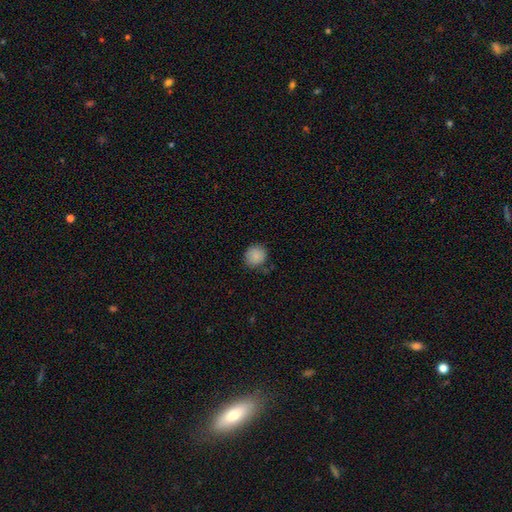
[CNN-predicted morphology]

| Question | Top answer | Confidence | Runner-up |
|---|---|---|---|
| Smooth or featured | smooth | 87% | star or artifact (8%) |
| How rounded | round | 86% | in between (13%) |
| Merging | none | 76% | minor disturbance (19%) |